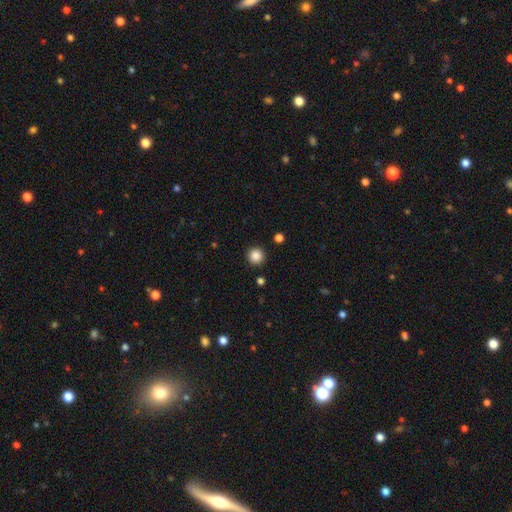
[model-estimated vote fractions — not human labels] smooth-or-featured: smooth: 87% | star or artifact: 10% | featured or disk: 3%
  how-rounded: round: 96% | in between: 3% | cigar-shaped: 1%
  merging: none: 92% | minor disturbance: 5% | major disturbance: 2% | merger: 1%